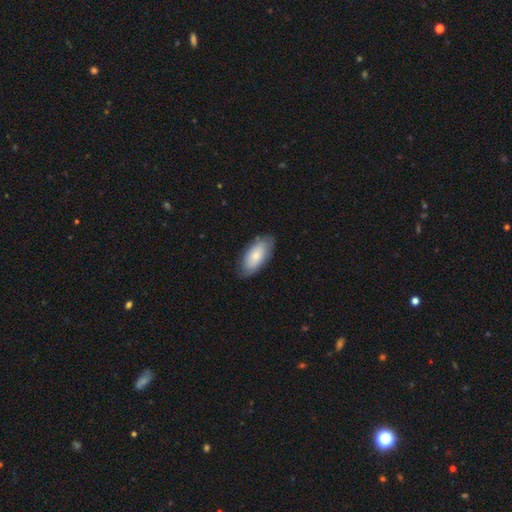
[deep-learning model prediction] smooth-or-featured: smooth: 72% | featured or disk: 22% | star or artifact: 5%
  how-rounded: in between: 92% | cigar-shaped: 6% | round: 2%
  merging: none: 78% | minor disturbance: 18% | major disturbance: 3% | merger: 1%